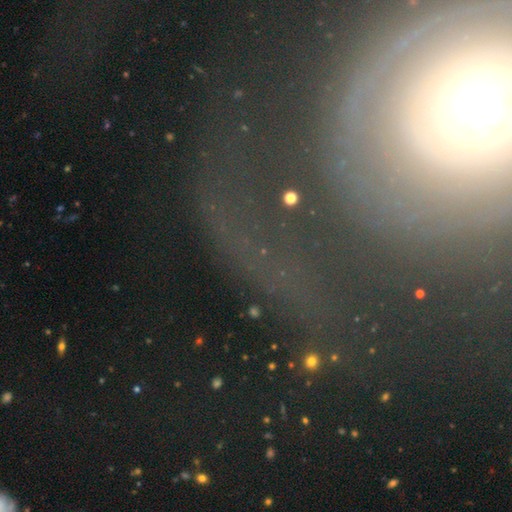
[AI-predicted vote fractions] featured or disk 58%, star or artifact 23%, smooth 19%. Down the decision tree: edge-on disk — no (88%); bar — no (59%); spiral arms — yes (69%); bulge size — moderate (46%); merging — none (54%).